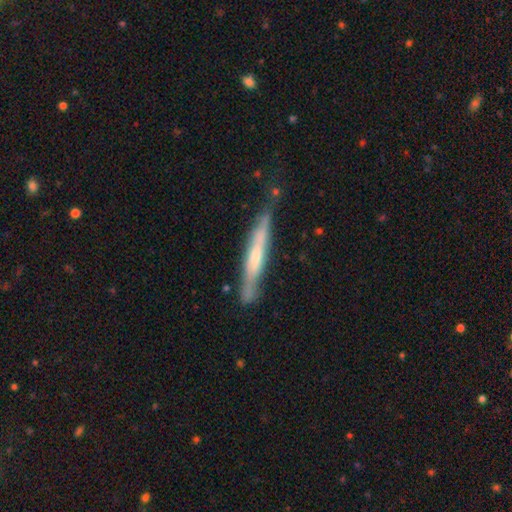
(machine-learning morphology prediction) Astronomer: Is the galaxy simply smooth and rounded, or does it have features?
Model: featured or disk — 59% (runner-up: smooth, 35%).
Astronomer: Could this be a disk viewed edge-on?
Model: yes — 86%.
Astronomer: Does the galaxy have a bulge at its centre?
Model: none — 46% (runner-up: rounded, 39%).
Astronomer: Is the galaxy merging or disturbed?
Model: none — 68%.